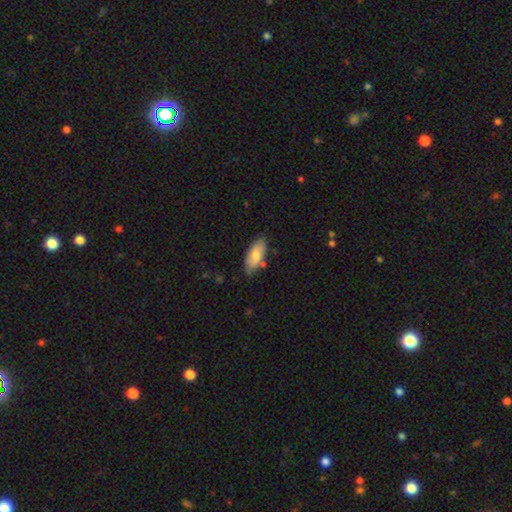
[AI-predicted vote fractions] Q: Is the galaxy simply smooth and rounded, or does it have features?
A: smooth — 72%.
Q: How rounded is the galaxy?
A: in between — 87%.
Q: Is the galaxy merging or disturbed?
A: none — 73%.